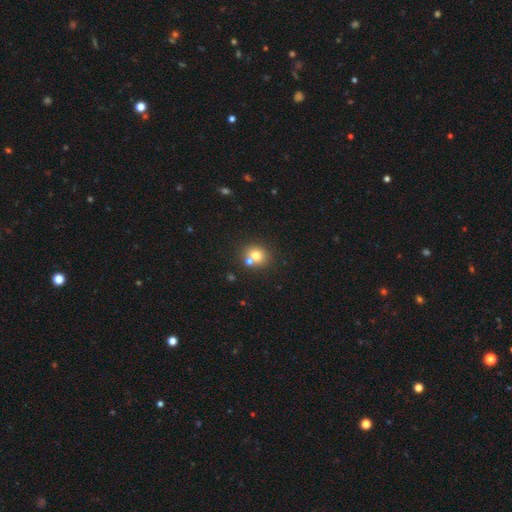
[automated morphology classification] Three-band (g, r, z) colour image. It shows a smooth galaxy with no disk features (73%) that is round (78%). Merging: none (57%).